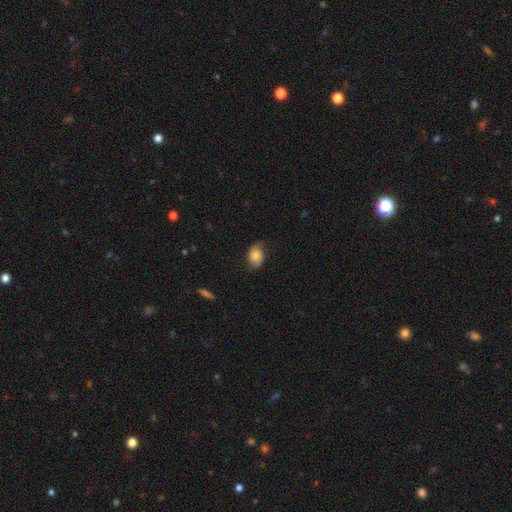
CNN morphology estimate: Smooth or featured: smooth — 75% (featured or disk — 18%)
How rounded: in between — 82% (round — 17%)
Merging: none — 62% (minor disturbance — 29%)